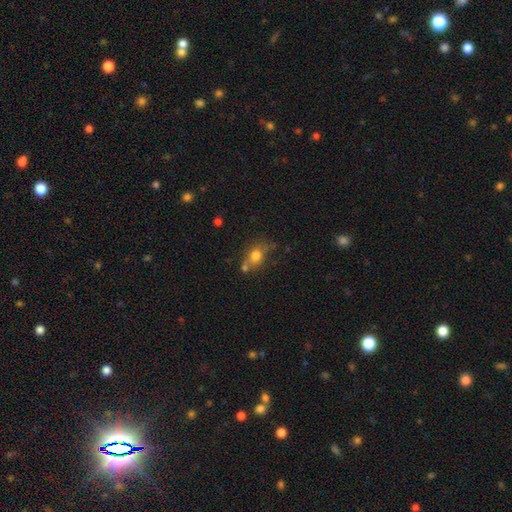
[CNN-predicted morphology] type=smooth (73%); roundness=round (52%); merging=none (50%).